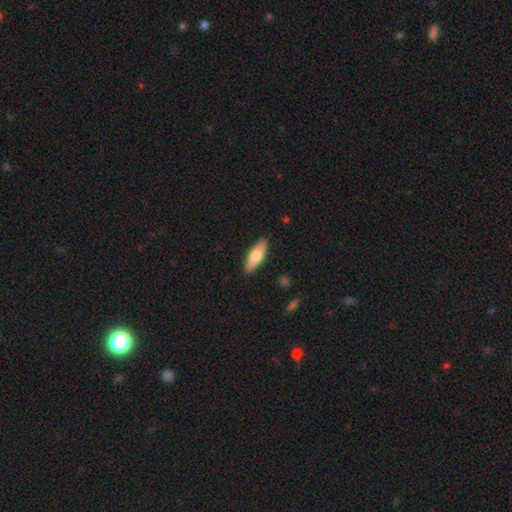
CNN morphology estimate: The model was most divided on "how rounded": in between: 64%, cigar-shaped: 34%, round: 2%. More confident: merging — none (89%); smooth or featured — smooth (67%).